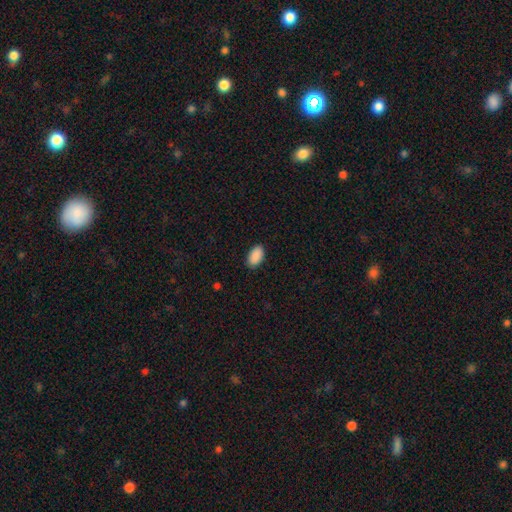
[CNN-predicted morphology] Smooth or featured: smooth — 91% (star or artifact — 7%)
How rounded: in between — 95% (round — 4%)
Merging: none — 89% (minor disturbance — 8%)